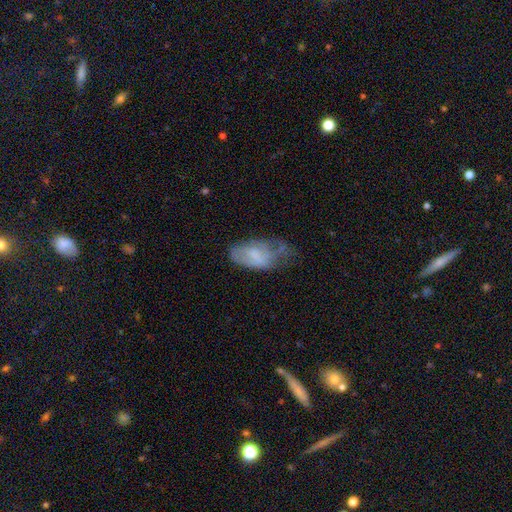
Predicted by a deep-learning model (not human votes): A smooth galaxy with no disk features (56%) that is in between round and cigar-shaped (93%). Merging: minor disturbance (39%).